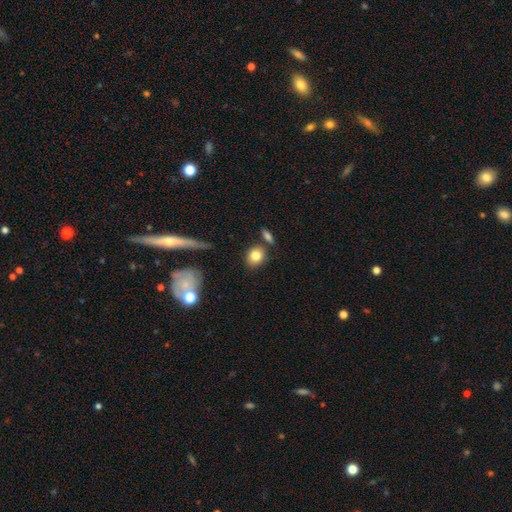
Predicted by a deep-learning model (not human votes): Smooth or featured? smooth (82%)
How rounded? round (64%)
Merging? none (75%)